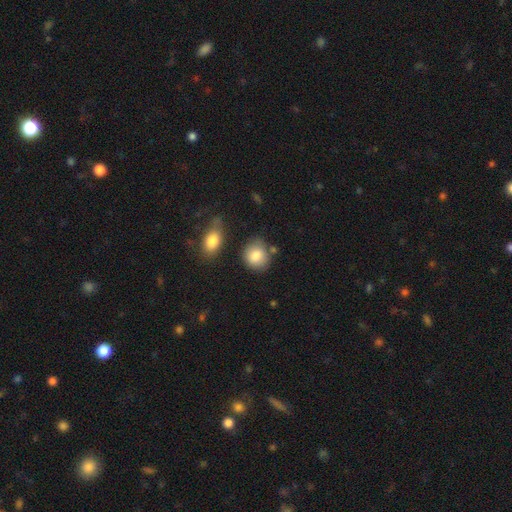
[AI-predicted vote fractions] smooth_or_featured: smooth (p=0.84) [alt: featured or disk p=0.08]
how_rounded: round (p=0.71) [alt: in between p=0.28]
merging: none (p=0.72) [alt: minor disturbance p=0.16]